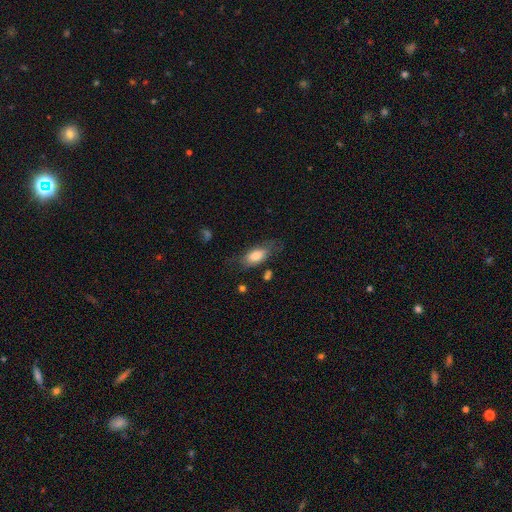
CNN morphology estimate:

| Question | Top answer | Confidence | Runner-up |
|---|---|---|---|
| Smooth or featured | smooth | 75% | featured or disk (18%) |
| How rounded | in between | 86% | cigar-shaped (10%) |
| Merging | none | 58% | minor disturbance (25%) |